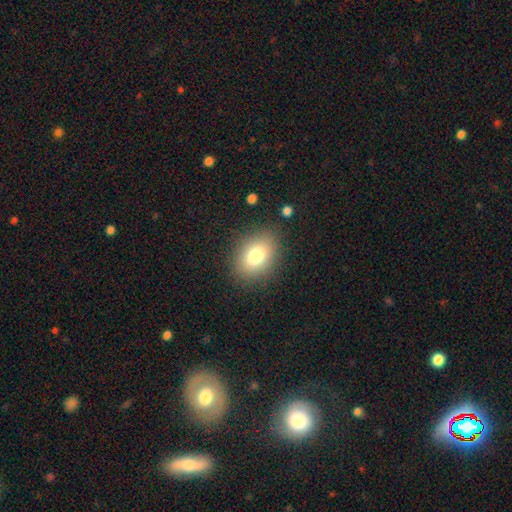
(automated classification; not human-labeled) smooth 78%, featured or disk 11%, star or artifact 10%. Down the decision tree: how rounded — in between (69%); merging — none (85%).